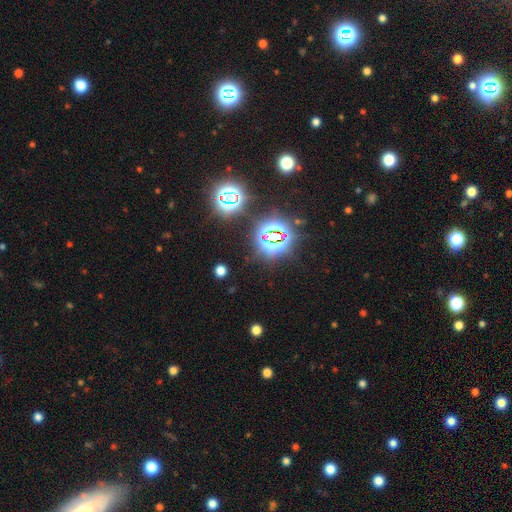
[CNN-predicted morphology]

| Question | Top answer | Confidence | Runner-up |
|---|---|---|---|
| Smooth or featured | star or artifact | 75% | smooth (18%) |